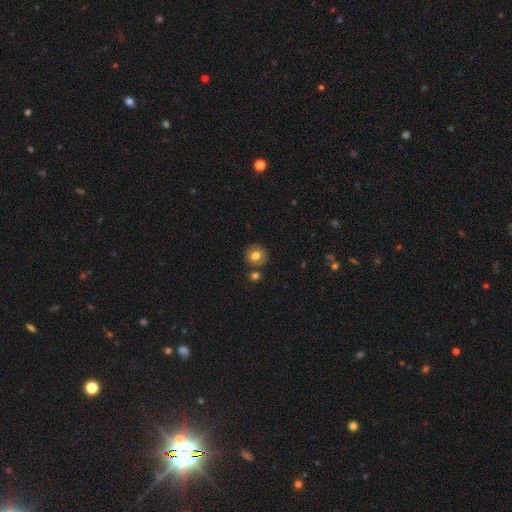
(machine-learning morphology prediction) Q: Smooth or featured?
A: smooth (75%); runner-up: featured or disk (16%)
Q: How rounded?
A: round (88%); runner-up: in between (11%)
Q: Merging?
A: none (79%); runner-up: minor disturbance (10%)